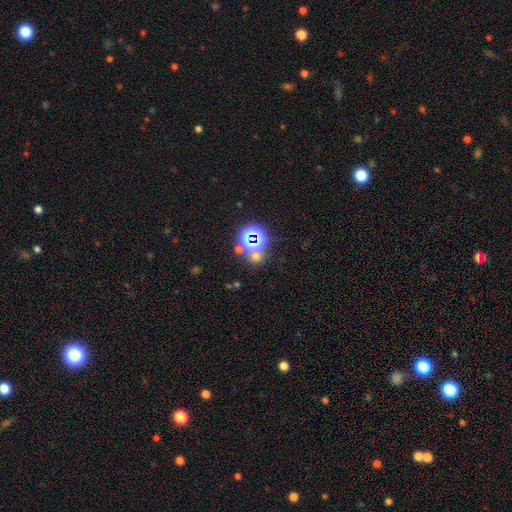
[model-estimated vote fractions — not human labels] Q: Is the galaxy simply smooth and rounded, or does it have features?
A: smooth — 47%.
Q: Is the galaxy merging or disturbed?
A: none — 62%.